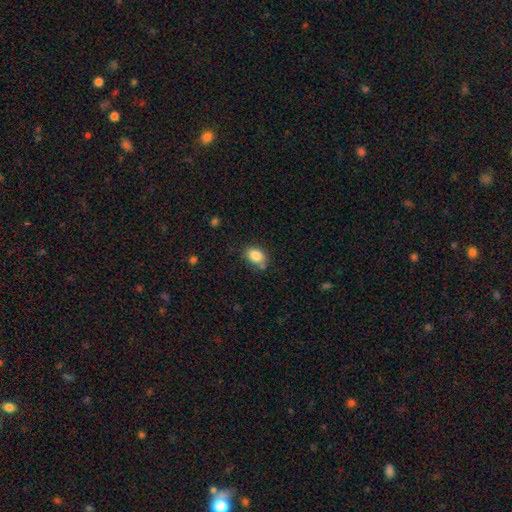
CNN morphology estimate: smooth_or_featured: smooth (p=0.85) [alt: star or artifact p=0.09]
how_rounded: in between (p=0.76) [alt: round p=0.23]
merging: none (p=0.70) [alt: minor disturbance p=0.20]